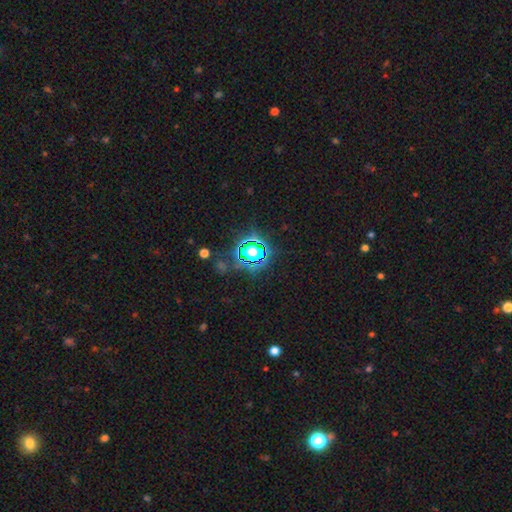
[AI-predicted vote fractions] Smooth or featured: star or artifact — 64% (smooth — 25%)